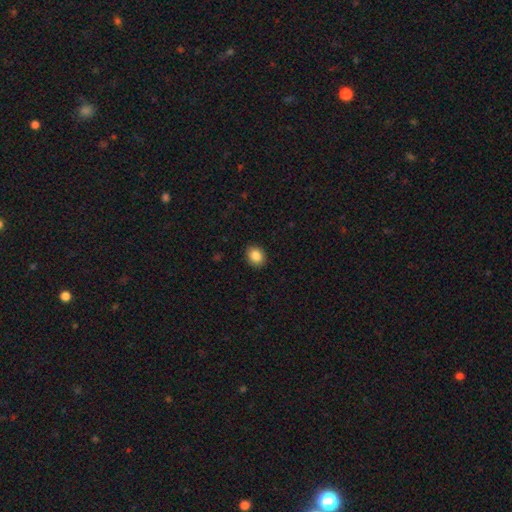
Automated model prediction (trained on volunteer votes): smooth_or_featured: smooth (p=0.86) [alt: star or artifact p=0.09]
how_rounded: round (p=0.59) [alt: in between p=0.40]
merging: none (p=0.91) [alt: minor disturbance p=0.07]